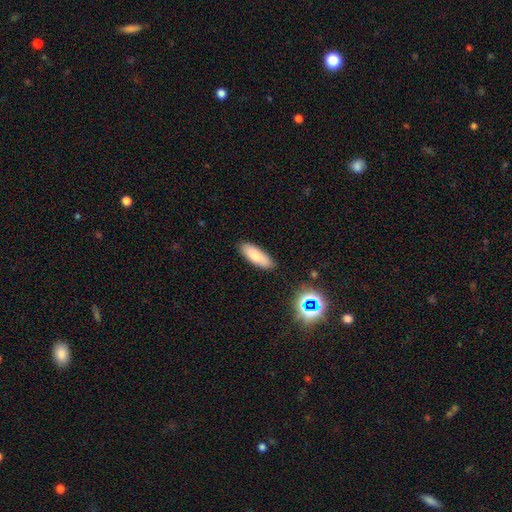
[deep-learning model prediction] smooth-or-featured: smooth: 81% | featured or disk: 11% | star or artifact: 8%
  how-rounded: in between: 62% | cigar-shaped: 36% | round: 2%
  merging: none: 86% | minor disturbance: 10% | major disturbance: 2% | merger: 2%